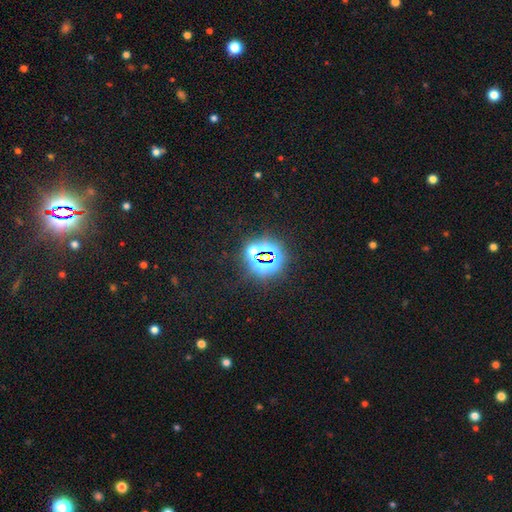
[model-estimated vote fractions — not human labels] Smooth or featured?
  - star or artifact: 81% *
  - smooth: 11%
  - featured or disk: 7%